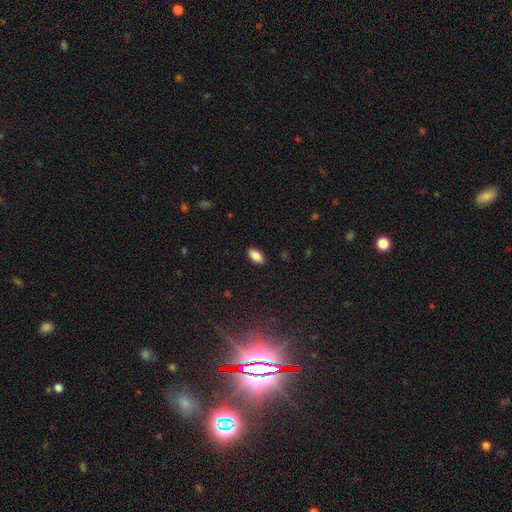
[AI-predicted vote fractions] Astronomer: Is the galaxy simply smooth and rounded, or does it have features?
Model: smooth — 87%.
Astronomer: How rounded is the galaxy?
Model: in between — 92%.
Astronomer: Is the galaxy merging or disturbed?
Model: none — 88%.